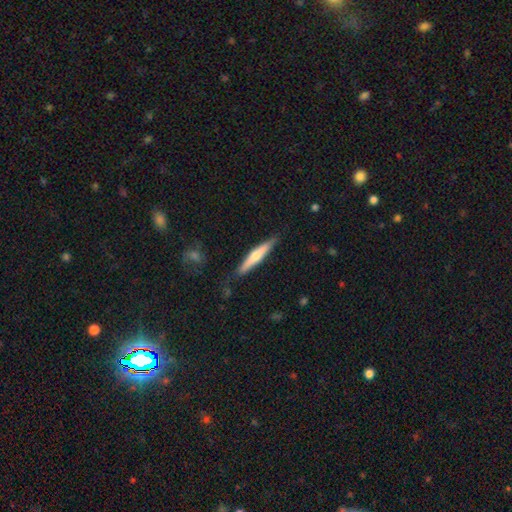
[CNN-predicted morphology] The model was most divided on "smooth or featured": smooth: 48%, featured or disk: 46%, star or artifact: 5%. More confident: merging — none (84%).